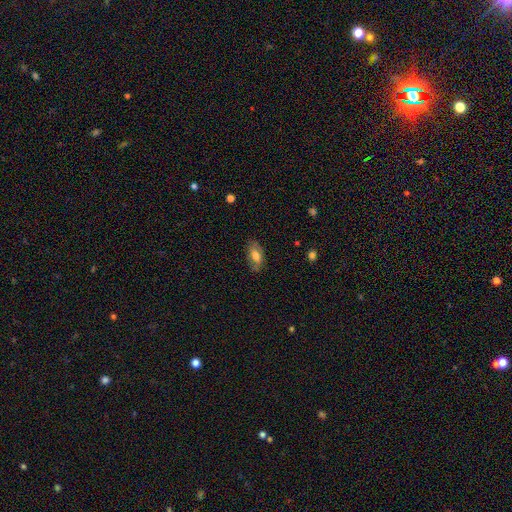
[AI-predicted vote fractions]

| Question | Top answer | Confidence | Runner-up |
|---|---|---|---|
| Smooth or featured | smooth | 63% | featured or disk (29%) |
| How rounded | in between | 88% | cigar-shaped (7%) |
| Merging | none | 73% | minor disturbance (20%) |